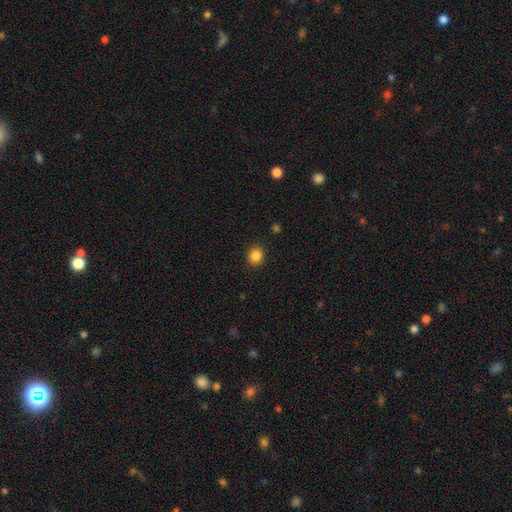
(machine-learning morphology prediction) Overall: smooth (86%). How rounded: round (79%). Merging: none (90%).